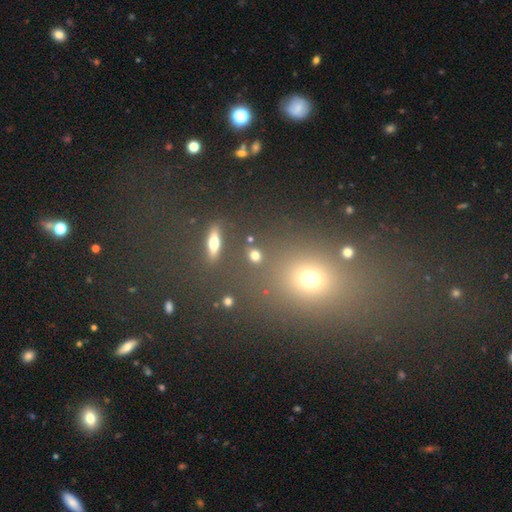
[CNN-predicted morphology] Smooth or featured? Predicted: smooth (p=0.48). Merging? Predicted: none (p=0.78).